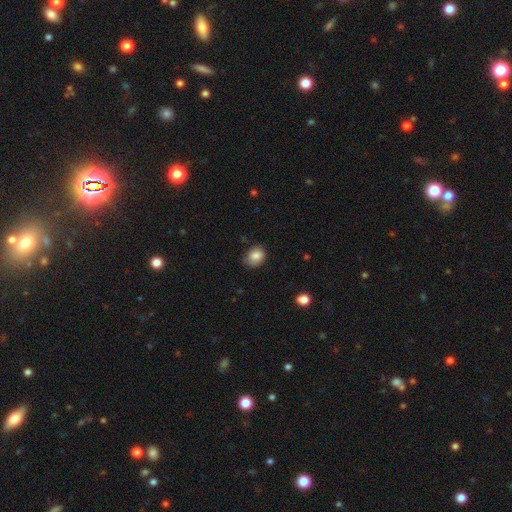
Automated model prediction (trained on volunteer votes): smooth_or_featured: smooth (p=0.84) [alt: star or artifact p=0.09]
how_rounded: round (p=0.52) [alt: in between p=0.47]
merging: none (p=0.71) [alt: minor disturbance p=0.24]